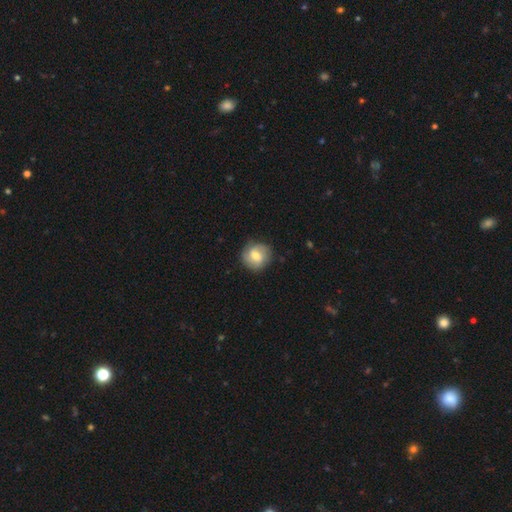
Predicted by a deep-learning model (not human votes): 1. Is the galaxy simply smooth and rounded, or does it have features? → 53% smooth, 40% featured or disk, 7% star or artifact.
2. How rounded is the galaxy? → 87% round, 12% in between, 1% cigar-shaped.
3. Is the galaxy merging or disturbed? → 80% none, 15% minor disturbance, 4% major disturbance, 1% merger.